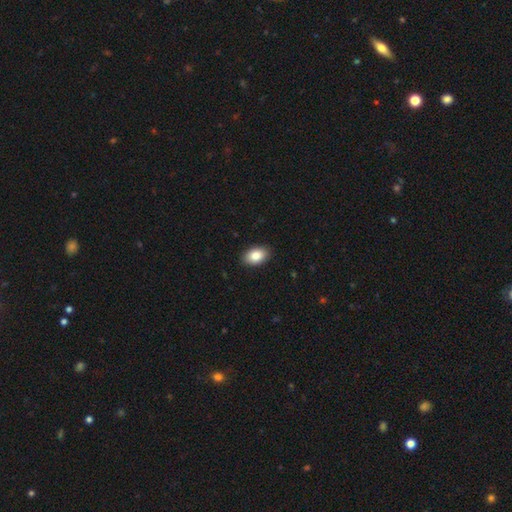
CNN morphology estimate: A smooth galaxy with no disk features (85%) that is in between round and cigar-shaped (89%).

Vote fractions:
- Smooth or featured? smooth: 85% / featured or disk: 8% / star or artifact: 7%
- How rounded? in between: 89% / round: 10% / cigar-shaped: 1%
- Merging? none: 90% / minor disturbance: 8% / major disturbance: 2% / merger: 1%